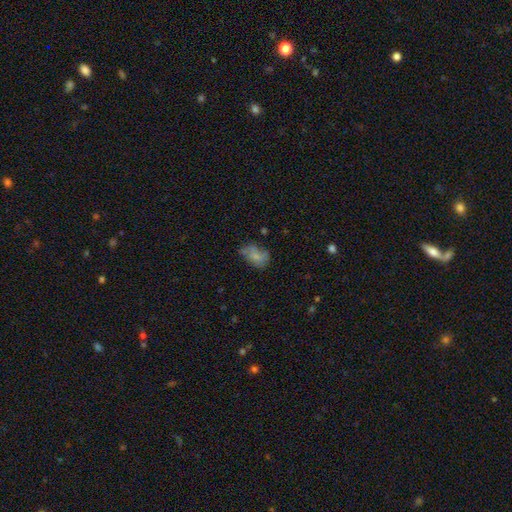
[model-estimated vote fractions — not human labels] smooth_or_featured: smooth (p=0.61) [alt: featured or disk p=0.29]
how_rounded: in between (p=0.85) [alt: round p=0.13]
merging: none (p=0.49) [alt: minor disturbance p=0.30]